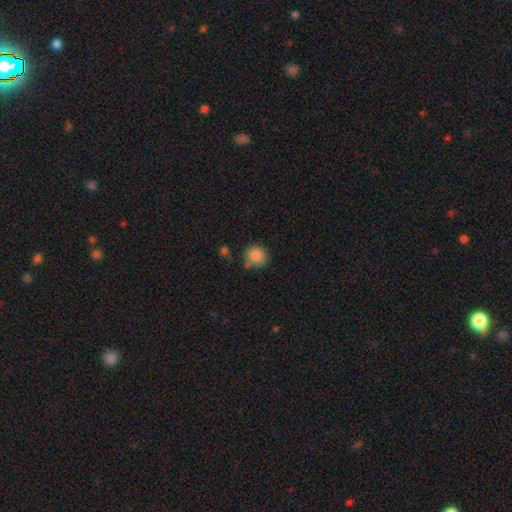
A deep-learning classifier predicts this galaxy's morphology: Smooth or featured? smooth (87%)
How rounded? round (81%)
Merging? none (68%)